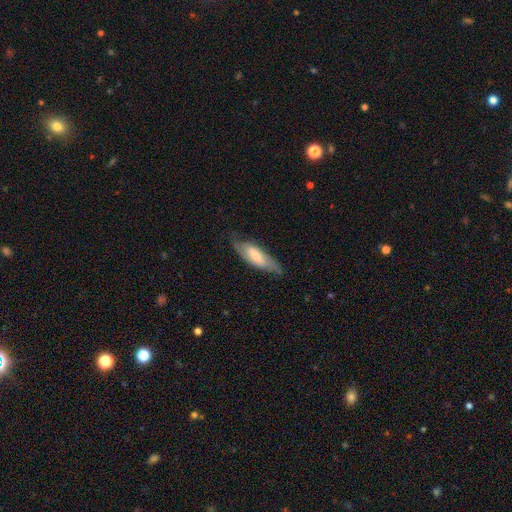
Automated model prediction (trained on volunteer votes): Overall: featured or disk (54%; smooth 39%). Edge-on disk: no (77%). Merging: none (65%).